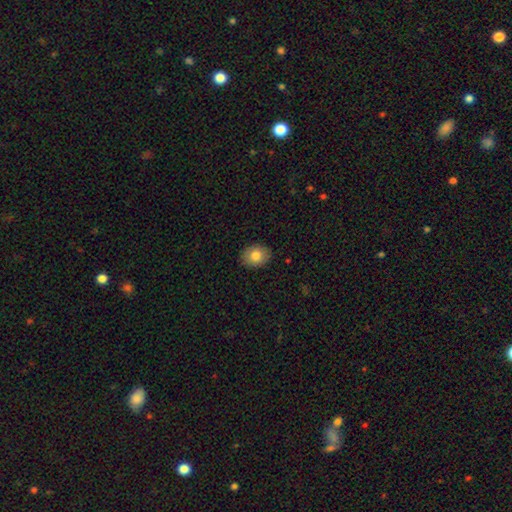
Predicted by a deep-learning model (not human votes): A smooth galaxy with no disk features (81%) that is in between round and cigar-shaped (61%). Merging: none (88%).